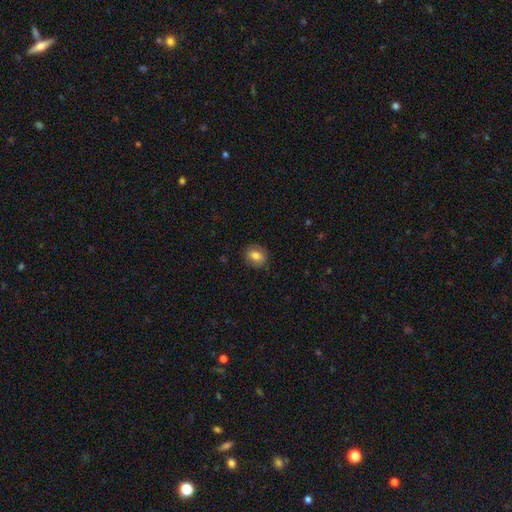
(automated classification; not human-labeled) A smooth galaxy with no disk features (79%) that is round (51%).

Vote fractions:
- Smooth or featured? smooth: 79% / featured or disk: 12% / star or artifact: 9%
- How rounded? round: 51% / in between: 48% / cigar-shaped: 1%
- Merging? none: 84% / minor disturbance: 12% / major disturbance: 3% / merger: 1%